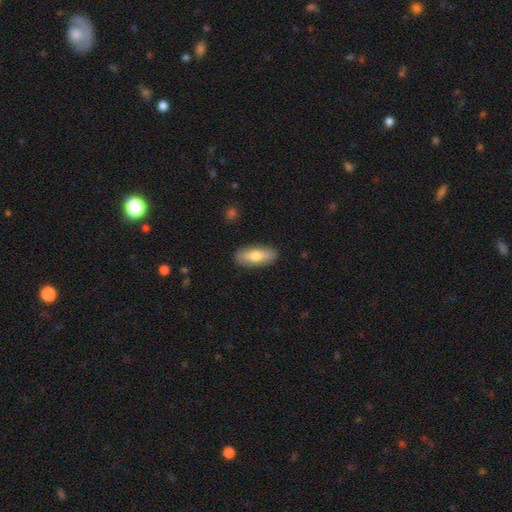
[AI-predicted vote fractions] Overall: smooth (68%). How rounded: in between (77%). Merging: none (88%).